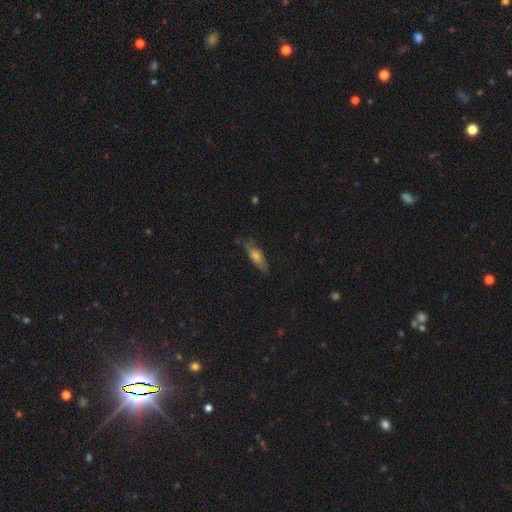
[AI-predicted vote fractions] Morphology: type=smooth (58%); roundness=cigar-shaped (50%); merging=none (74%).